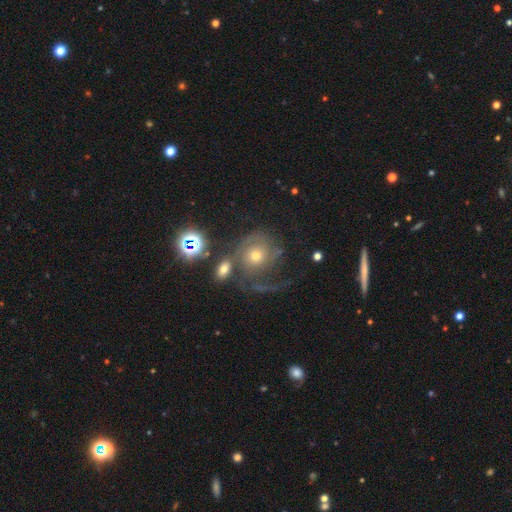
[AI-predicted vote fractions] Smooth or featured: featured or disk — 64% (smooth — 21%)
Edge-on disk: no — 96% (yes — 4%)
Bar: no — 80% (weak — 16%)
Spiral arms: yes — 83% (no — 17%)
Spiral winding: tight — 38% (medium — 35%)
Spiral arm count: 2 — 31% (can't tell — 27%)
Bulge size: moderate — 53% (small — 39%)
Merging: none — 37% (major disturbance — 31%)